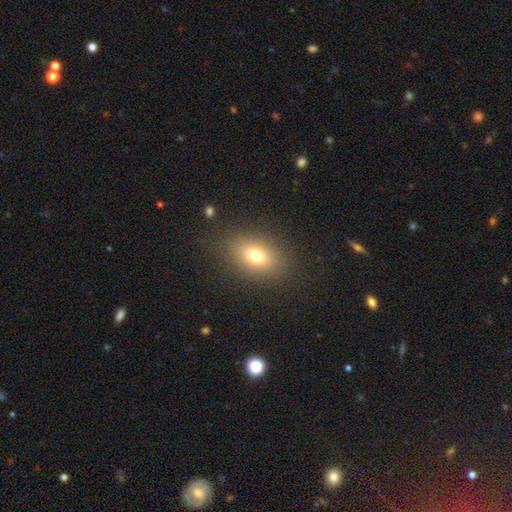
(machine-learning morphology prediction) Overall: smooth (74%). How rounded: in between (80%). Merging: none (85%).